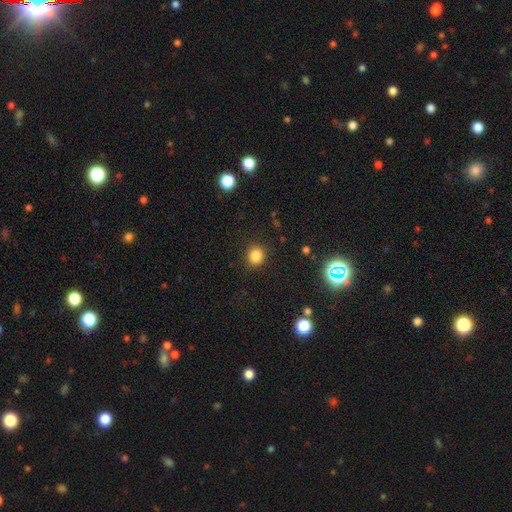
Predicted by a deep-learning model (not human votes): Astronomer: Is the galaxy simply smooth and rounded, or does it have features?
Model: smooth — 84%.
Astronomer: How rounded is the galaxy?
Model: round — 86%.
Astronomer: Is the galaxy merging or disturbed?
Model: none — 89%.